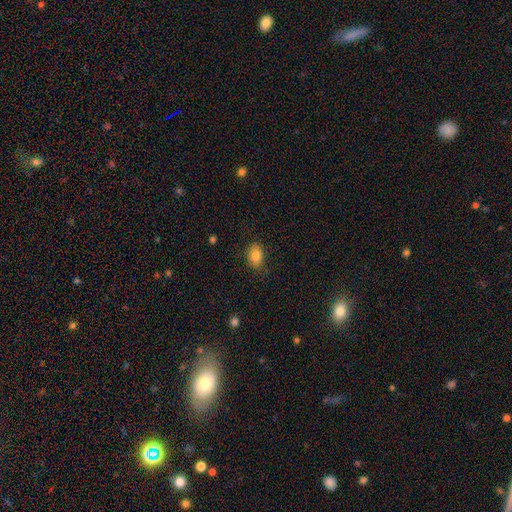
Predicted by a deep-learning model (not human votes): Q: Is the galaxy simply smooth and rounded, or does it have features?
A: smooth — 81%.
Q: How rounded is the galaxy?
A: in between — 76%.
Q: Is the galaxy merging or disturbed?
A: none — 80%.